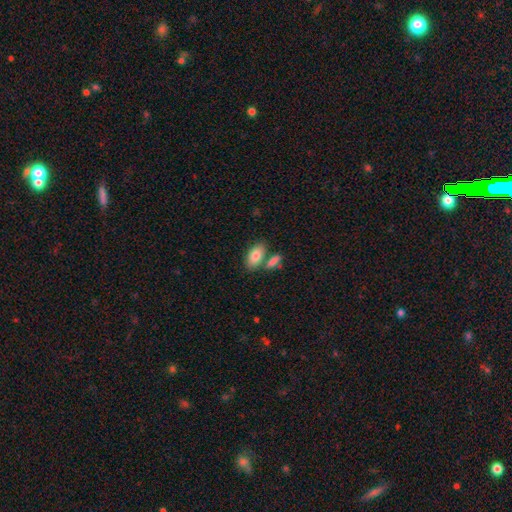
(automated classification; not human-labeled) This is clearly a smooth galaxy (83%). How rounded: clearly in between (92%). Merging: likely none (61%).